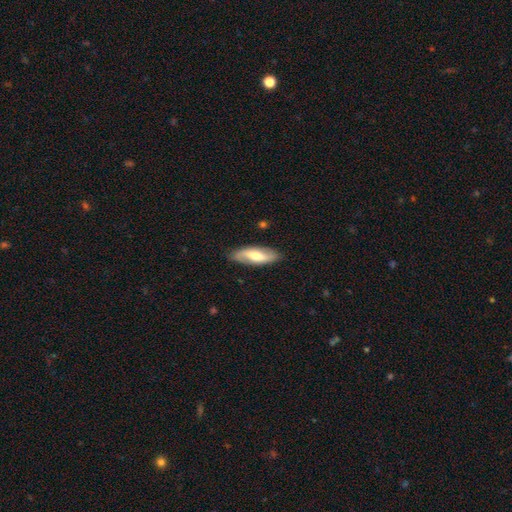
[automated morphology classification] Overall: featured or disk (50%; smooth 45%). Merging: none (83%).